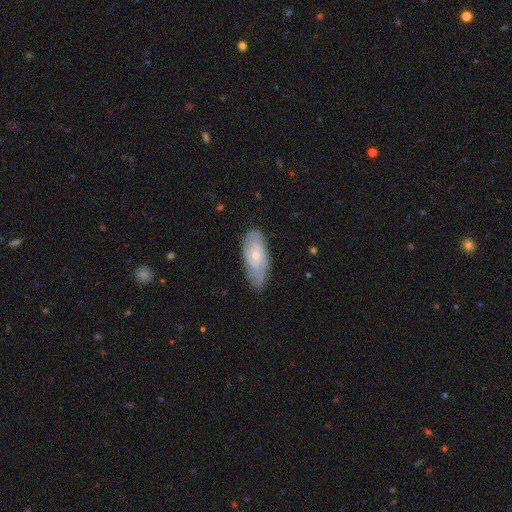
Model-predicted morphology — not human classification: This appears to be a featured or disk galaxy (62%) with no bar (75%), spiral arms (79%) and a small central bulge (65%). Merging: none (61%).